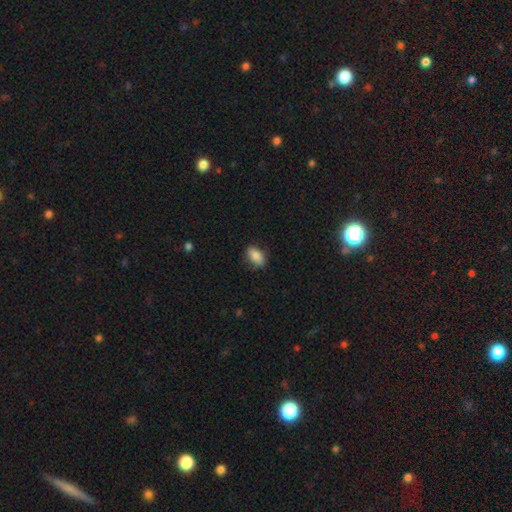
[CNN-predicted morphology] A smooth galaxy with no disk features (82%) that is in between round and cigar-shaped (87%). Merging: none (80%).